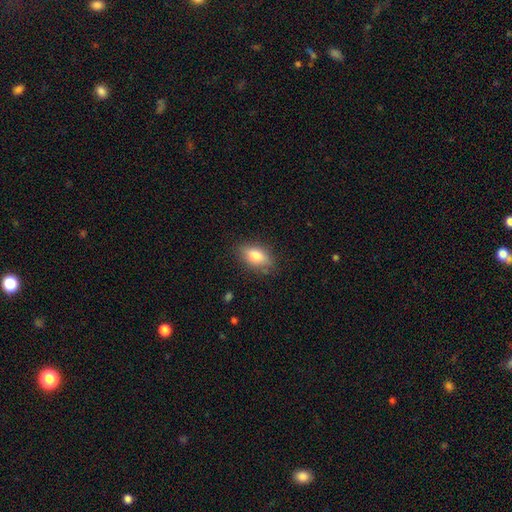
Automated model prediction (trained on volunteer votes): smooth-or-featured: smooth: 80% | featured or disk: 12% | star or artifact: 8%
  how-rounded: in between: 87% | round: 8% | cigar-shaped: 5%
  merging: none: 80% | minor disturbance: 15% | major disturbance: 4% | merger: 1%